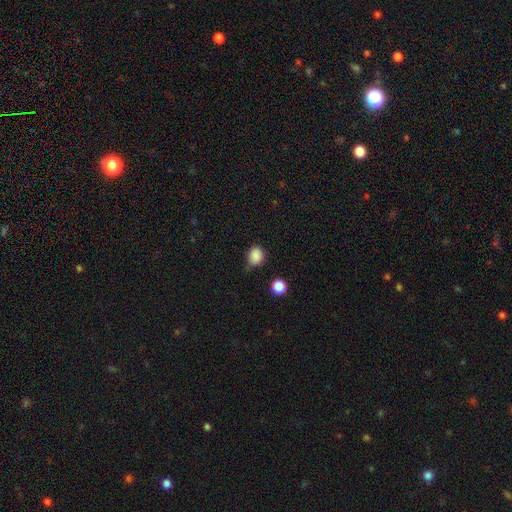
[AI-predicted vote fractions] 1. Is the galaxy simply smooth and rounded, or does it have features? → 86% smooth, 10% star or artifact, 4% featured or disk.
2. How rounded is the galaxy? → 66% round, 33% in between, 1% cigar-shaped.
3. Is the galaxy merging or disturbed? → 67% none, 24% minor disturbance, 5% major disturbance, 4% merger.